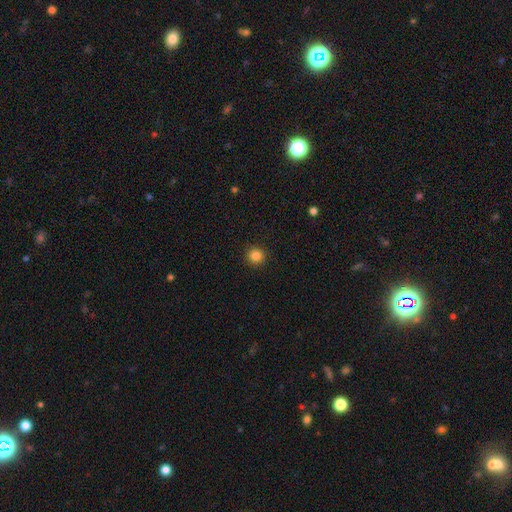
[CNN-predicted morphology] Smooth or featured? smooth (85%)
How rounded? round (95%)
Merging? none (93%)